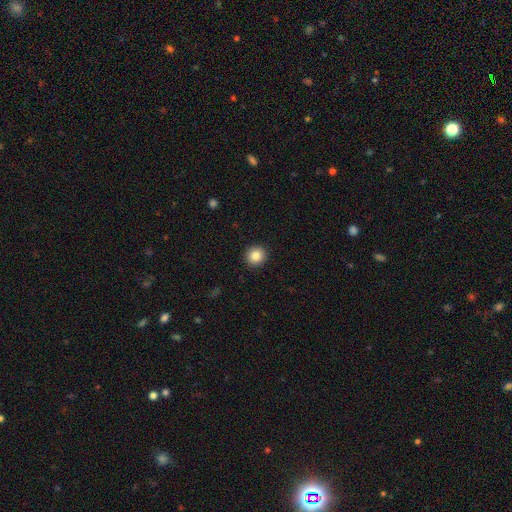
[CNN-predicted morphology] type=smooth (85%); roundness=round (91%); merging=none (92%).